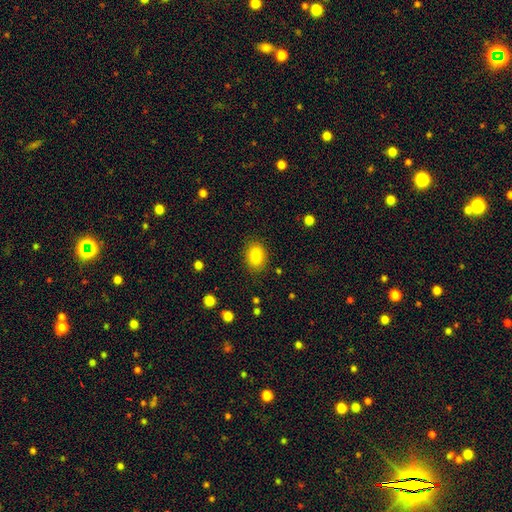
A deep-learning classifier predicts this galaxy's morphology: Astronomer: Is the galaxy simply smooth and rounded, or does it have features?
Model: smooth — 86%.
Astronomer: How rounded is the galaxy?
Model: in between — 68%.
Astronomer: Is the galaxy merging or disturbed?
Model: none — 85%.